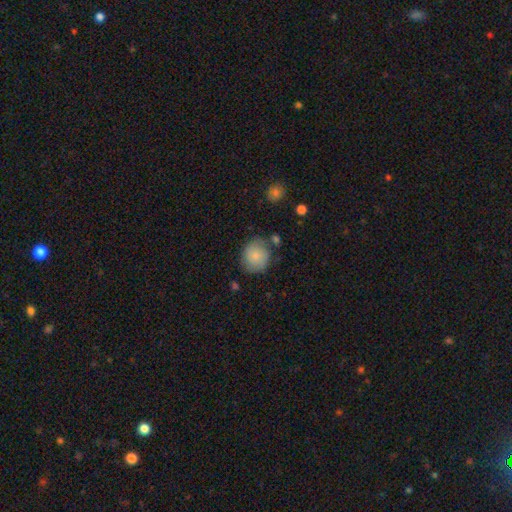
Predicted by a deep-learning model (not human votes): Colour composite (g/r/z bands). It shows a smooth galaxy with no disk features (77%) that is round (82%). Merging: none (71%).